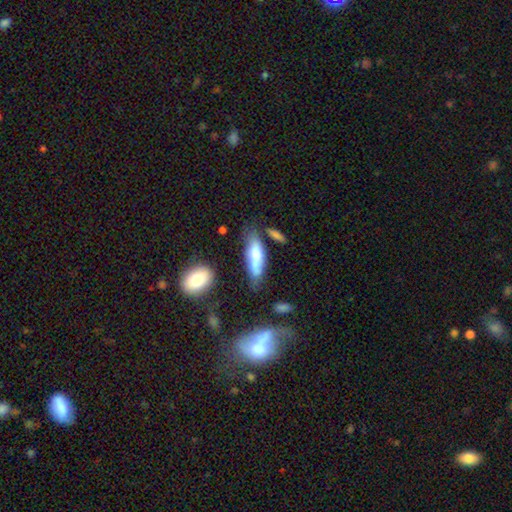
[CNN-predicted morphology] Smooth or featured? Predicted: smooth (p=0.66). How rounded? Predicted: in between (p=0.53). Merging? Predicted: none (p=0.56).